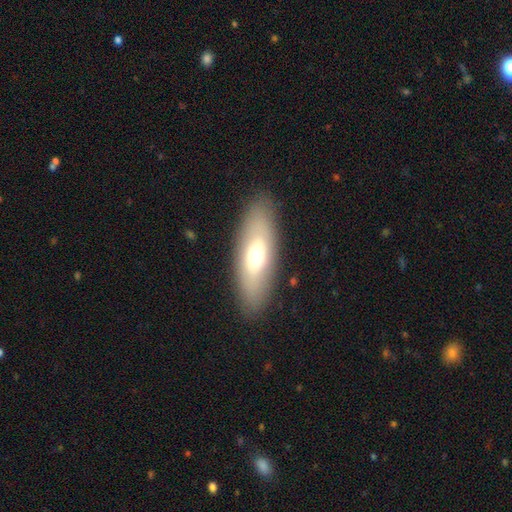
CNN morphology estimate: A smooth galaxy with no disk features (58%) that is in between round and cigar-shaped (68%).

Vote fractions:
- Smooth or featured? smooth: 58% / featured or disk: 34% / star or artifact: 7%
- How rounded? in between: 68% / cigar-shaped: 29% / round: 3%
- Merging? none: 87% / minor disturbance: 9% / major disturbance: 3% / merger: 1%